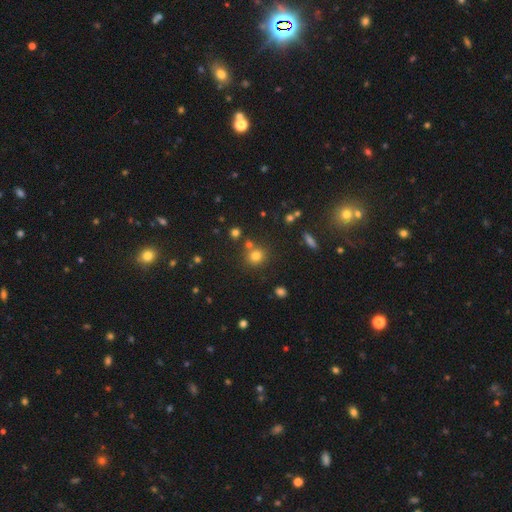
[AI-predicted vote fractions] smooth_or_featured: smooth (p=0.75) [alt: star or artifact p=0.17]
how_rounded: round (p=0.84) [alt: in between p=0.14]
merging: none (p=0.69) [alt: merger p=0.18]